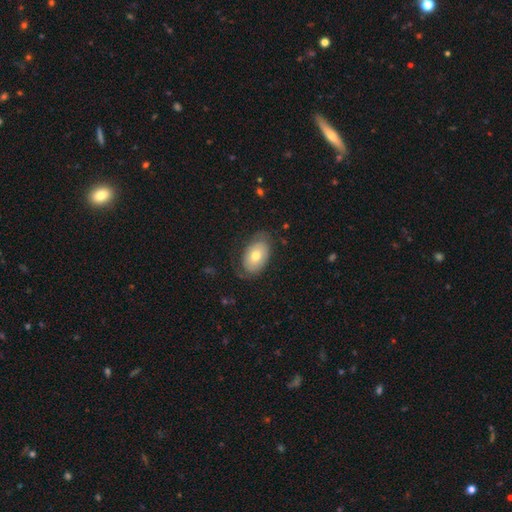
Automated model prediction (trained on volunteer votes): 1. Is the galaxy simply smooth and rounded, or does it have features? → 61% smooth, 32% featured or disk, 7% star or artifact.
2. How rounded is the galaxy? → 89% in between, 9% round, 1% cigar-shaped.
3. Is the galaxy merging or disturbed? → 67% none, 22% minor disturbance, 9% major disturbance, 1% merger.